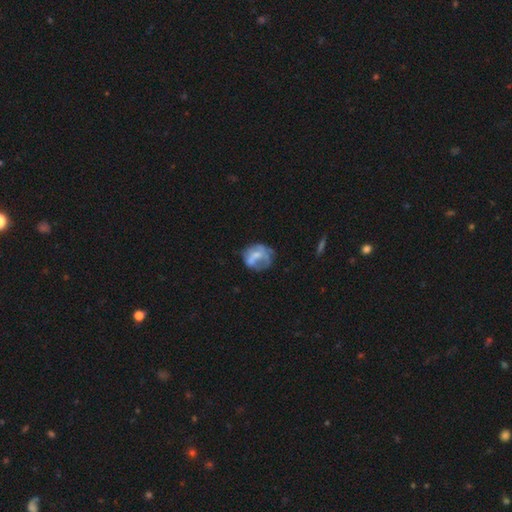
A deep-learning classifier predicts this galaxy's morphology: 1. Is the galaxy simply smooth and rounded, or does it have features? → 46% featured or disk, 45% smooth, 9% star or artifact.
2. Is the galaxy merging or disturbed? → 41% none, 27% major disturbance, 26% minor disturbance, 6% merger.